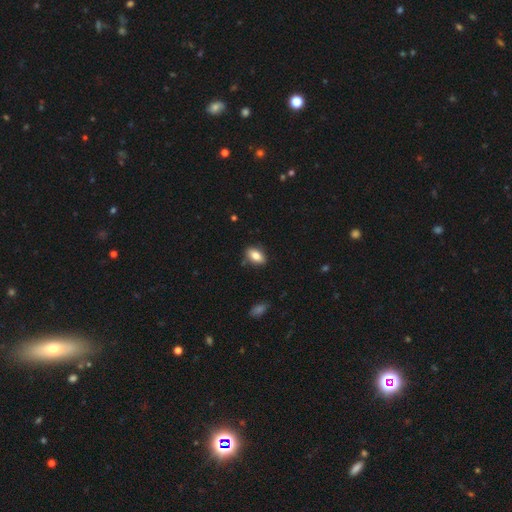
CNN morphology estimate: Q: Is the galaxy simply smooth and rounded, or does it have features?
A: smooth — 82%.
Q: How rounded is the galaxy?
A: in between — 89%.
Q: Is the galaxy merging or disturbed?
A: none — 82%.